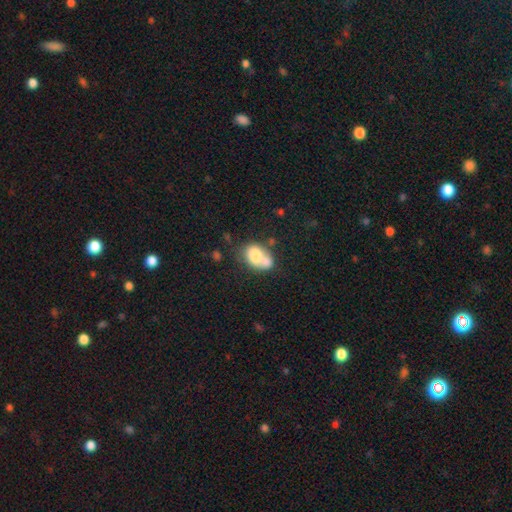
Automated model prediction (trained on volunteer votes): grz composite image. It shows a smooth galaxy with no disk features (70%) that is in between round and cigar-shaped (67%). Merging: merger (50%).